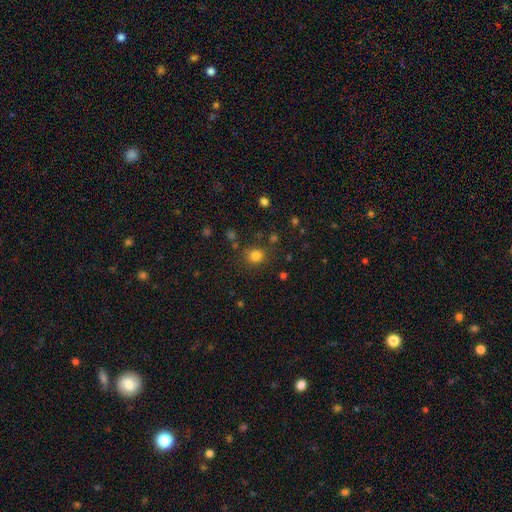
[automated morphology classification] smooth-or-featured: smooth: 80% | star or artifact: 15% | featured or disk: 5%
  how-rounded: round: 80% | in between: 19% | cigar-shaped: 1%
  merging: none: 81% | minor disturbance: 11% | major disturbance: 4% | merger: 4%